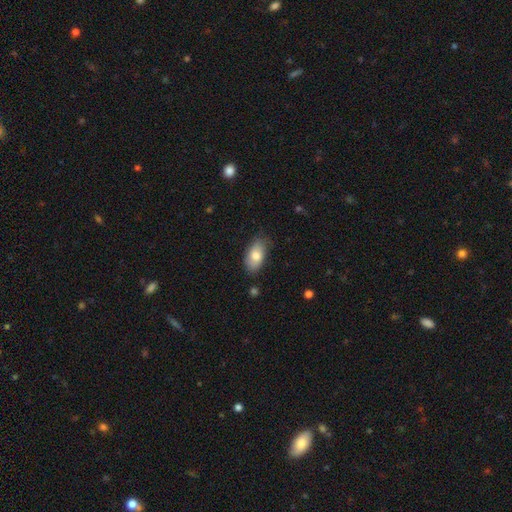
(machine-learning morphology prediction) Smooth or featured? smooth (79%)
How rounded? in between (93%)
Merging? none (74%)